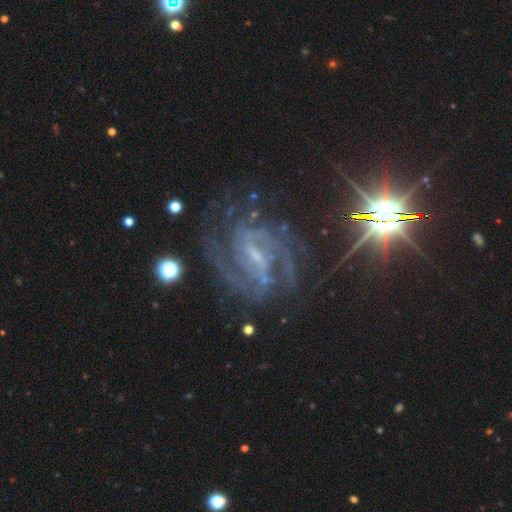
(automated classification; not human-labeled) Q: Smooth or featured?
A: featured or disk (84%); runner-up: star or artifact (12%)
Q: Edge-on disk?
A: no (96%); runner-up: yes (4%)
Q: Bar?
A: strong (55%); runner-up: weak (35%)
Q: Spiral arms?
A: yes (97%); runner-up: no (3%)
Q: Spiral winding?
A: medium (48%); runner-up: tight (42%)
Q: Spiral arm count?
A: 2 (56%); runner-up: 3 (14%)
Q: Bulge size?
A: small (65%); runner-up: moderate (17%)
Q: Merging?
A: none (71%); runner-up: minor disturbance (15%)